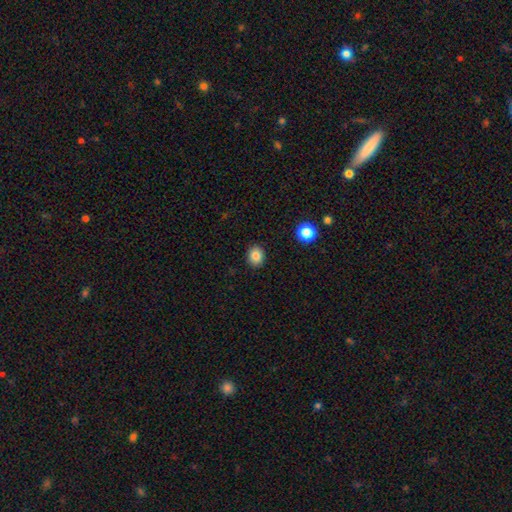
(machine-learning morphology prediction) smooth-or-featured: smooth: 83% | star or artifact: 11% | featured or disk: 6%
  how-rounded: round: 63% | in between: 36% | cigar-shaped: 1%
  merging: none: 90% | minor disturbance: 7% | major disturbance: 2% | merger: 1%